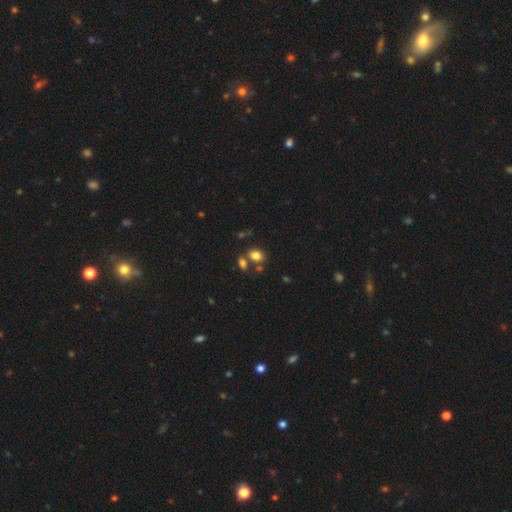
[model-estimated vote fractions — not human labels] A smooth galaxy with no disk features (81%) that is in between round and cigar-shaped (63%).

Vote fractions:
- Smooth or featured? smooth: 81% / star or artifact: 12% / featured or disk: 7%
- How rounded? in between: 63% / round: 36% / cigar-shaped: 1%
- Merging? none: 58% / merger: 26% / minor disturbance: 12% / major disturbance: 4%